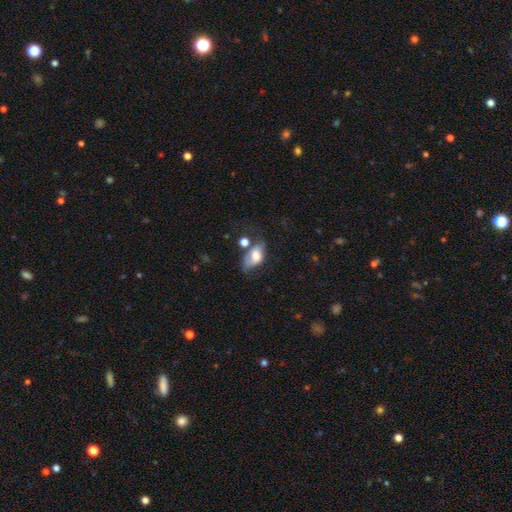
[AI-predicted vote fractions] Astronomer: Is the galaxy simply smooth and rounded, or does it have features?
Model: smooth — 66%.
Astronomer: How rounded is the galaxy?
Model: in between — 88%.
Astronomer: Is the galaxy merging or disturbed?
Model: none — 34% (runner-up: minor disturbance, 29%).